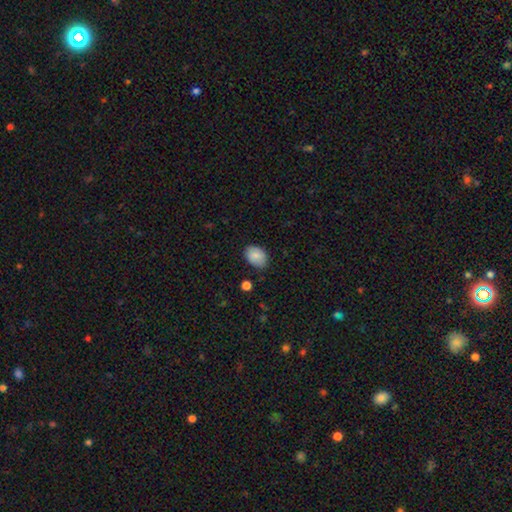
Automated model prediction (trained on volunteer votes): smooth_or_featured: smooth (p=0.85) [alt: featured or disk p=0.08]
how_rounded: in between (p=0.79) [alt: round p=0.20]
merging: none (p=0.79) [alt: minor disturbance p=0.16]